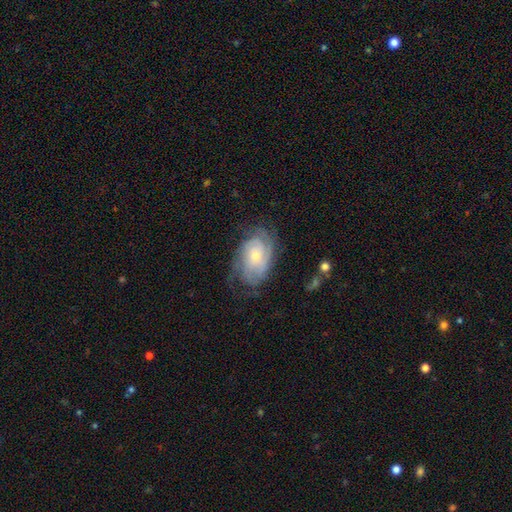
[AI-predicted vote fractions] Smooth or featured? Predicted: featured or disk (p=0.77). Edge-on disk? Predicted: no (p=0.96). Bar? Predicted: no (p=0.76). Spiral arms? Predicted: yes (p=0.92). Spiral winding? Predicted: tight (p=0.65). Spiral arm count? Predicted: can't tell (p=0.41). Bulge size? Predicted: small (p=0.53). Merging? Predicted: none (p=0.67).